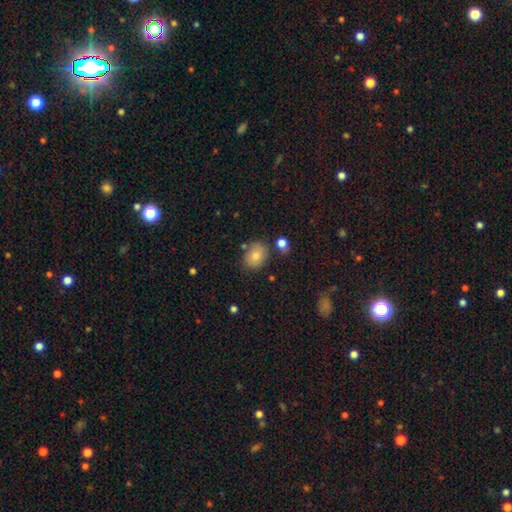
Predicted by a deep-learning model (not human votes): smooth_or_featured: smooth (p=0.80) [alt: featured or disk p=0.10]
how_rounded: in between (p=0.61) [alt: round p=0.38]
merging: none (p=0.76) [alt: minor disturbance p=0.14]